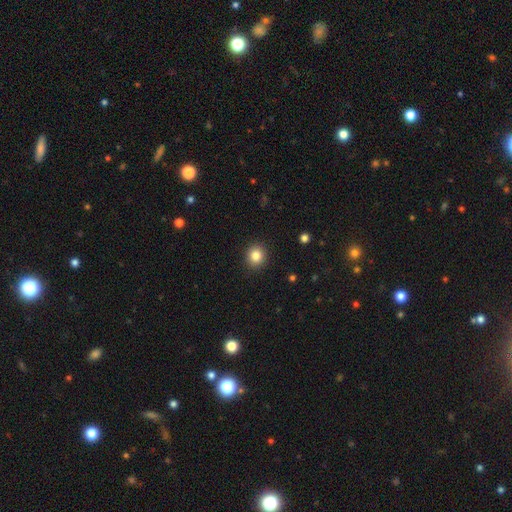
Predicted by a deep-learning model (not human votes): Morphology: type=smooth (84%); roundness=round (87%); merging=none (92%).